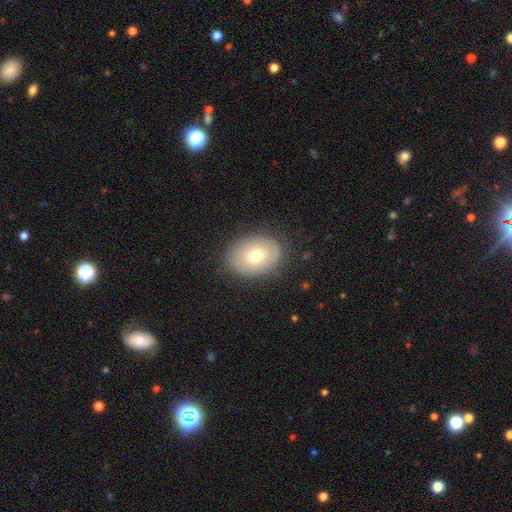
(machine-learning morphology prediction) This appears to be a smooth galaxy with no disk features (68%) that is in between round and cigar-shaped (68%). Merging: none (84%).